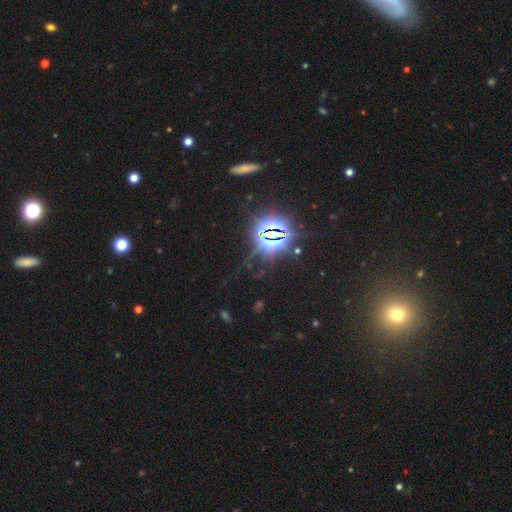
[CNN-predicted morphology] smooth_or_featured: star or artifact (p=0.82) [alt: smooth p=0.10]